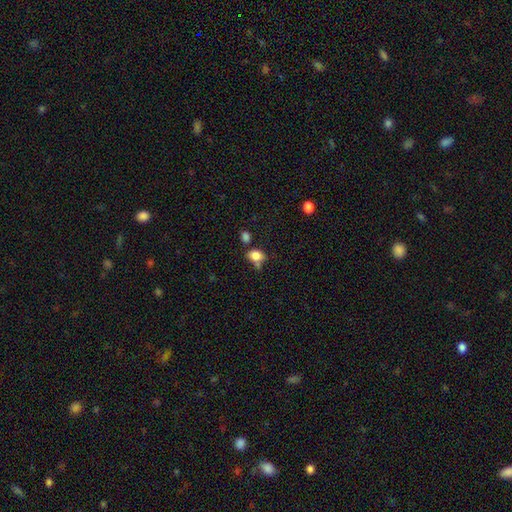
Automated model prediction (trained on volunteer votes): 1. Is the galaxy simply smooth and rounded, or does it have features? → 80% smooth, 11% star or artifact, 9% featured or disk.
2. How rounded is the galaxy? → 62% in between, 36% round, 2% cigar-shaped.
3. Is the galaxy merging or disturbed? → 47% none, 24% minor disturbance, 20% merger, 10% major disturbance.